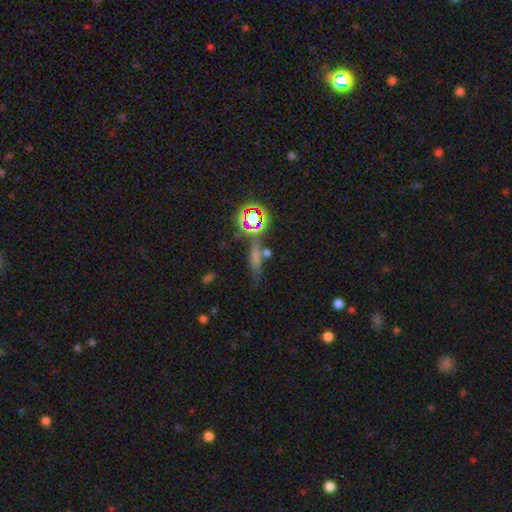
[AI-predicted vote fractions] A star or artifact, not a galaxy (44%).